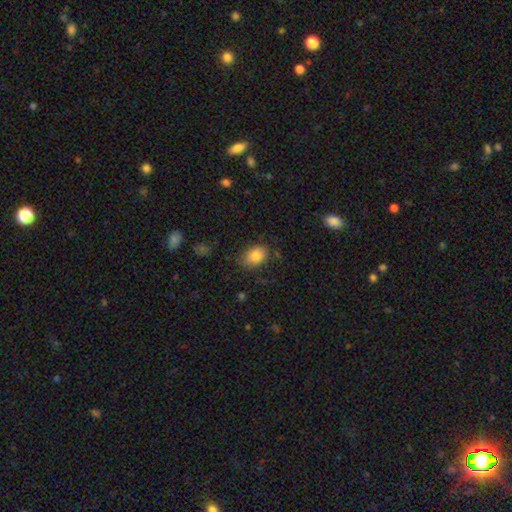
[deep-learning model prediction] smooth 84%, star or artifact 8%, featured or disk 7%. Down the decision tree: how rounded — in between (82%); merging — none (76%).